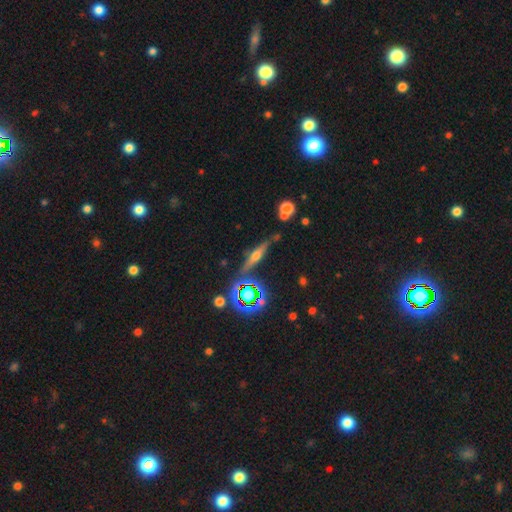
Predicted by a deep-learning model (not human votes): Overall: featured or disk (61%; smooth 24%). Edge-on disk: yes (93%). Edge-on bulge: rounded (87%). Merging: none (78%).